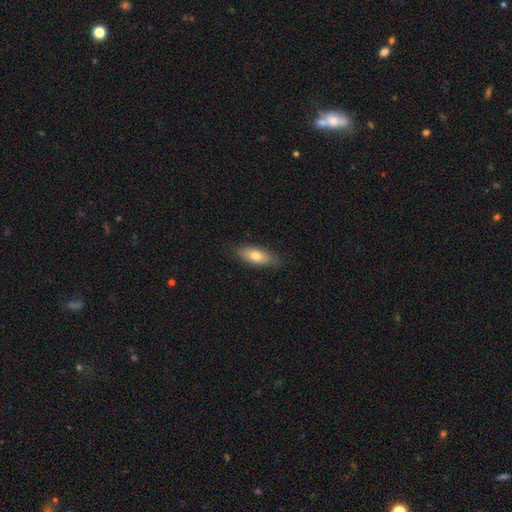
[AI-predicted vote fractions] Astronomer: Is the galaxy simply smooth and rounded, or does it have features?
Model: smooth — 73%.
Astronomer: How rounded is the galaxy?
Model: in between — 77%.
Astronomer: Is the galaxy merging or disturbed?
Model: none — 84%.